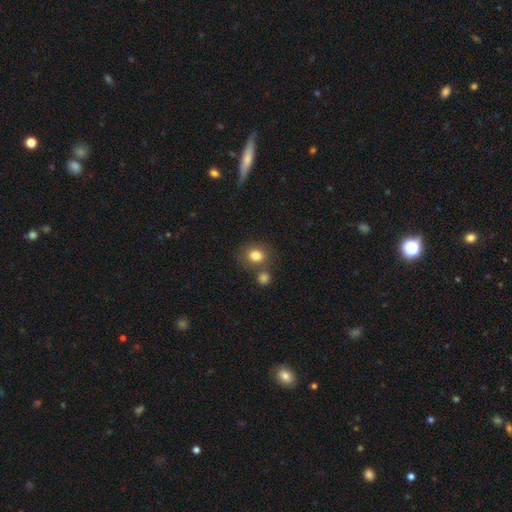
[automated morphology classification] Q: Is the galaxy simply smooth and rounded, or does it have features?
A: smooth — 81%.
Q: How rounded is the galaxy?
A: round — 75%.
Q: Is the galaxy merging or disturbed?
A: none — 64%.